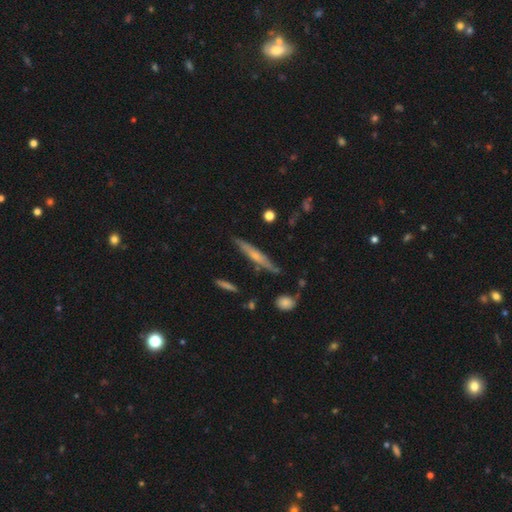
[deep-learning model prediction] This is possibly a featured or disk galaxy (50%). It is clearly viewed edge-on (92%). Merging: clearly none (80%).